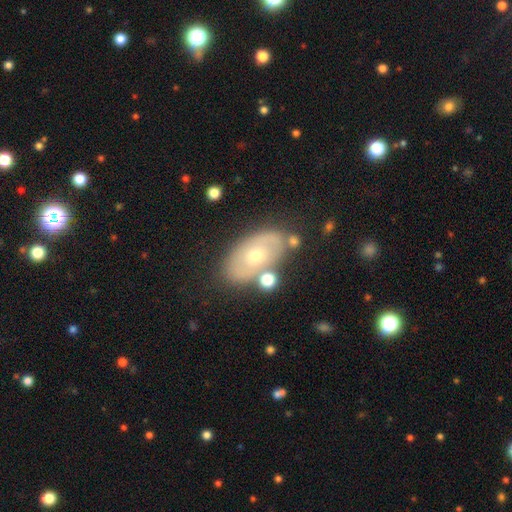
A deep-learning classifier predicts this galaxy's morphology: Smooth or featured? featured or disk (52%)
Edge-on disk? no (90%)
Merging? none (71%)